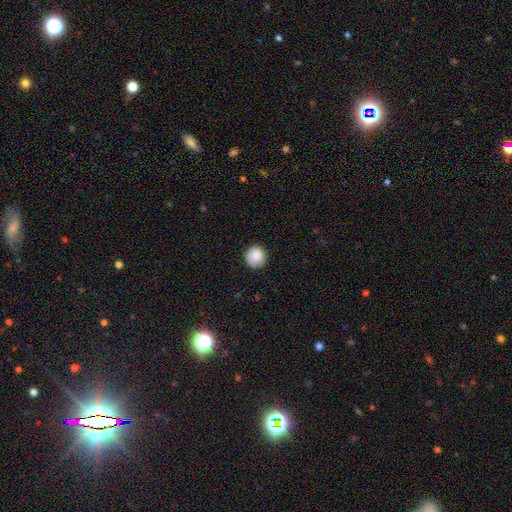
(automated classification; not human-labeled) Smooth or featured?
  - smooth: 85% *
  - star or artifact: 8%
  - featured or disk: 7%
How rounded?
  - round: 94% *
  - in between: 5%
  - cigar-shaped: 1%
Merging?
  - none: 84% *
  - minor disturbance: 12%
  - major disturbance: 3%
  - merger: 1%